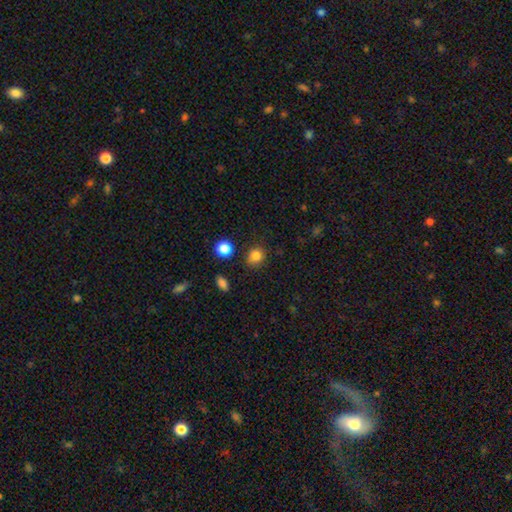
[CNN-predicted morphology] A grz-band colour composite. It shows a smooth galaxy with no disk features (83%) that is round (78%). Merging: none (84%).